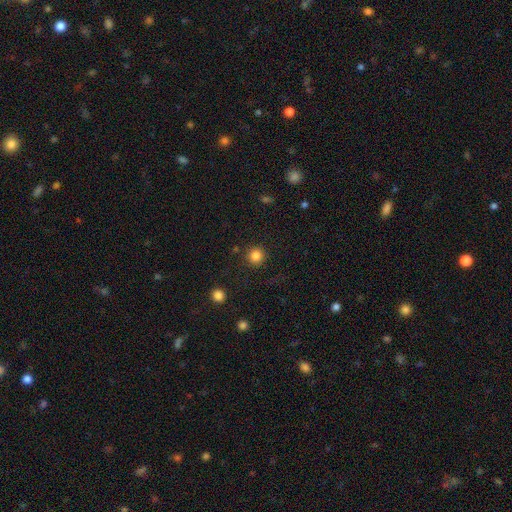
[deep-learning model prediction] Overall: smooth (84%). How rounded: round (94%). Merging: none (88%).